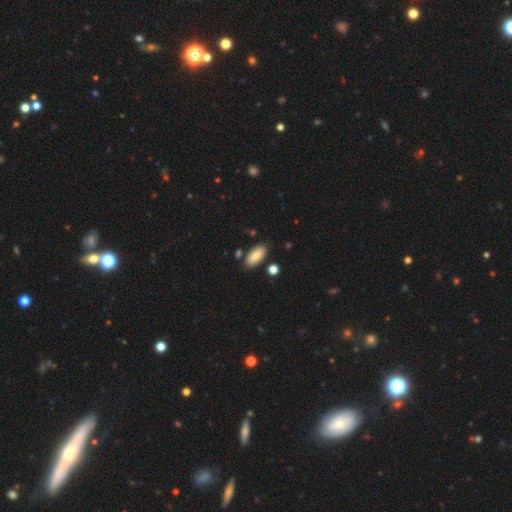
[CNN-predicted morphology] smooth_or_featured: smooth (p=0.80) [alt: featured or disk p=0.13]
how_rounded: in between (p=0.92) [alt: cigar-shaped p=0.06]
merging: none (p=0.84) [alt: minor disturbance p=0.10]